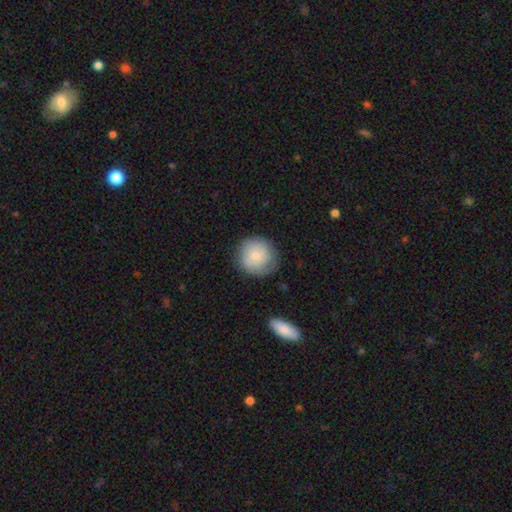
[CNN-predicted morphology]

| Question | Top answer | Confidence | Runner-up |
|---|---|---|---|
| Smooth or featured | smooth | 75% | featured or disk (18%) |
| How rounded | round | 93% | in between (6%) |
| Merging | none | 79% | minor disturbance (15%) |